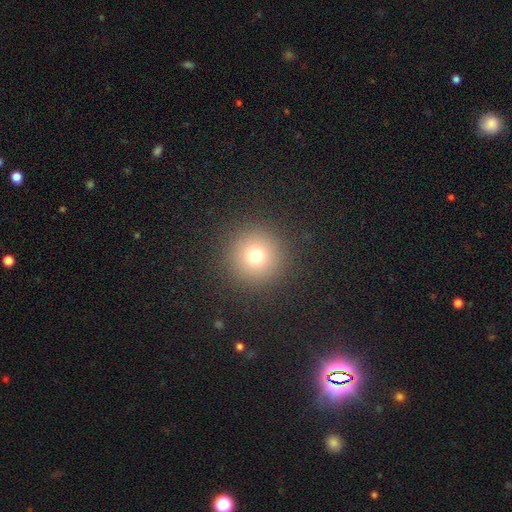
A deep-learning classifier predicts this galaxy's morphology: A smooth galaxy with no disk features (73%) that is round (96%).

Vote fractions:
- Smooth or featured? smooth: 73% / star or artifact: 18% / featured or disk: 10%
- How rounded? round: 96% / in between: 3% / cigar-shaped: 1%
- Merging? none: 91% / minor disturbance: 5% / major disturbance: 3% / merger: 1%